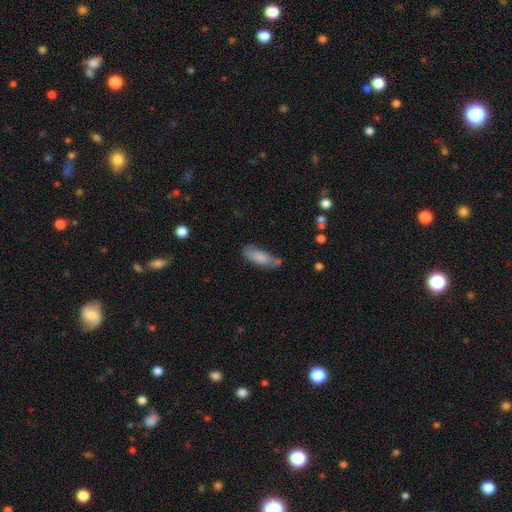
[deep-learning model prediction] smooth_or_featured: smooth (p=0.63) [alt: featured or disk p=0.27]
how_rounded: in between (p=0.66) [alt: cigar-shaped p=0.31]
merging: none (p=0.65) [alt: minor disturbance p=0.24]